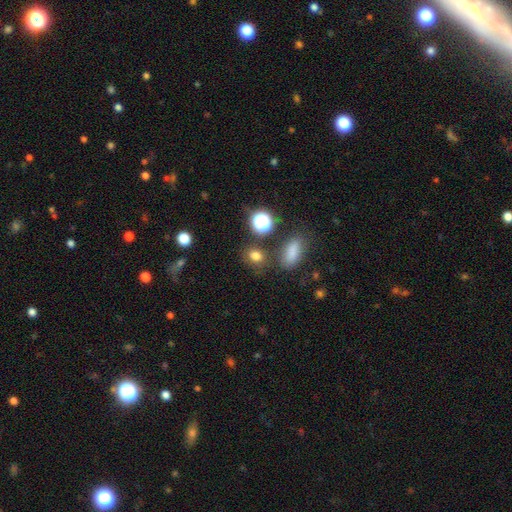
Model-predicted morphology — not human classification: Q: Smooth or featured?
A: smooth (76%); runner-up: star or artifact (18%)
Q: How rounded?
A: round (52%); runner-up: in between (46%)
Q: Merging?
A: none (76%); runner-up: minor disturbance (12%)